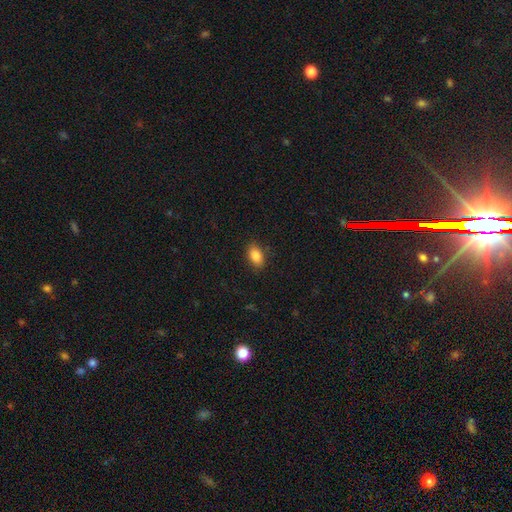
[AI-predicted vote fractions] Smooth or featured? smooth (85%)
How rounded? in between (89%)
Merging? none (86%)